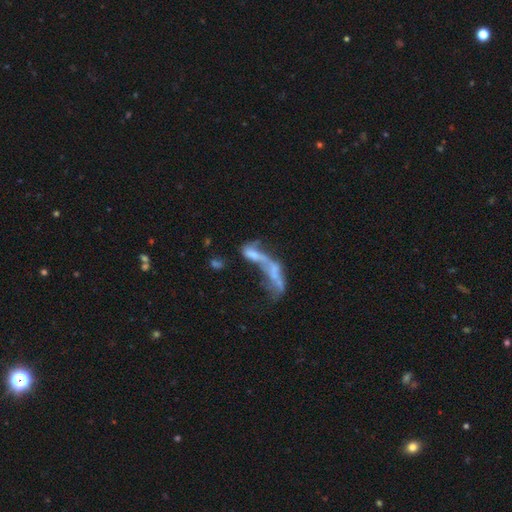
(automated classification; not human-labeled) Overall: featured or disk (54%; smooth 32%). Edge-on disk: no (90%). Merging: merger (59%; major disturbance 23%).